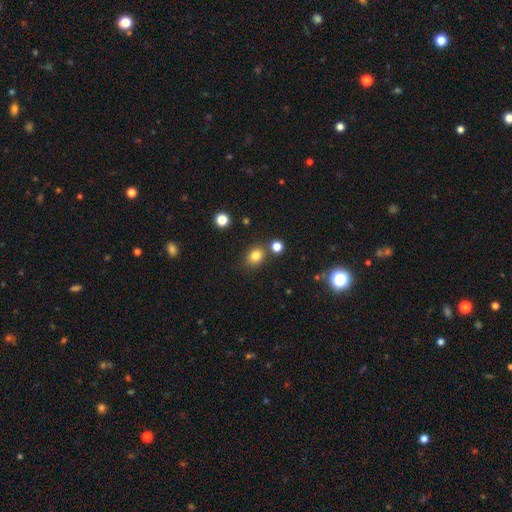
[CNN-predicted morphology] Smooth or featured? smooth (81%)
How rounded? round (63%)
Merging? none (77%)